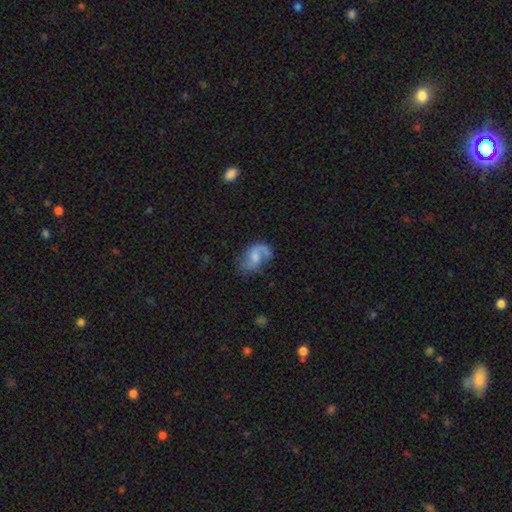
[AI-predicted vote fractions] Overall: featured or disk (67%). Edge-on disk: no (97%). Bar: no (53%; weak 41%). Spiral arms: yes (90%). Spiral arm count: 2 (67%). Spiral winding: loose (57%; medium 34%). Bulge size: moderate (37%; small 33%). Merging: none (55%; minor disturbance 24%).